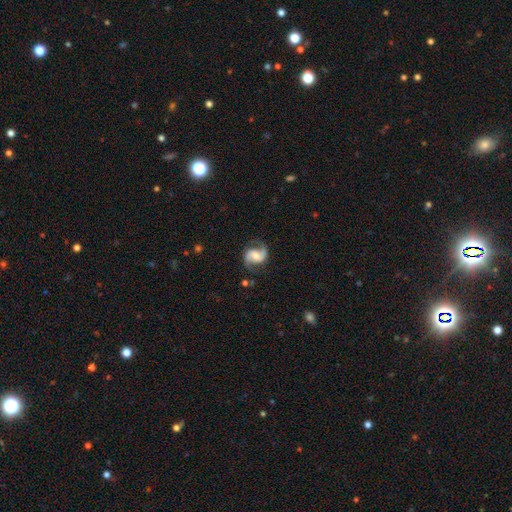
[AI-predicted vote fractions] This is clearly a featured or disk galaxy (87%). It is clearly not viewed edge-on (98%). Bar: possibly no (46%). Spiral arm pattern: clearly yes (97%). Spiral arm count: clearly 2 (93%). Spiral winding: possibly medium (51%). Central bulge: possibly moderate (53%). Merging: likely none (79%).